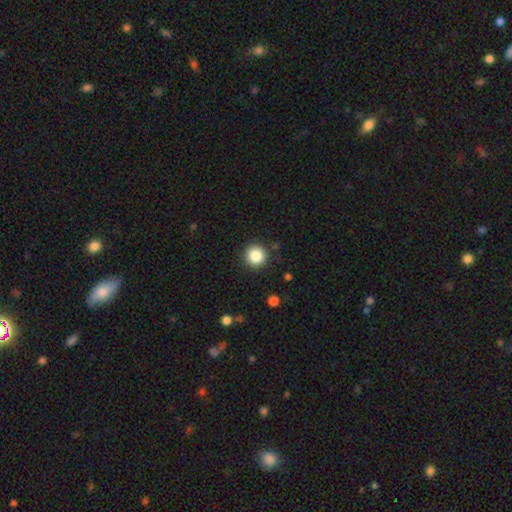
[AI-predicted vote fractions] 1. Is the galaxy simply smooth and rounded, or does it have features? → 86% smooth, 10% star or artifact, 4% featured or disk.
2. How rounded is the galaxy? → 95% round, 4% in between, 1% cigar-shaped.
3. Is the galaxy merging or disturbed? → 91% none, 6% minor disturbance, 2% major disturbance, 1% merger.